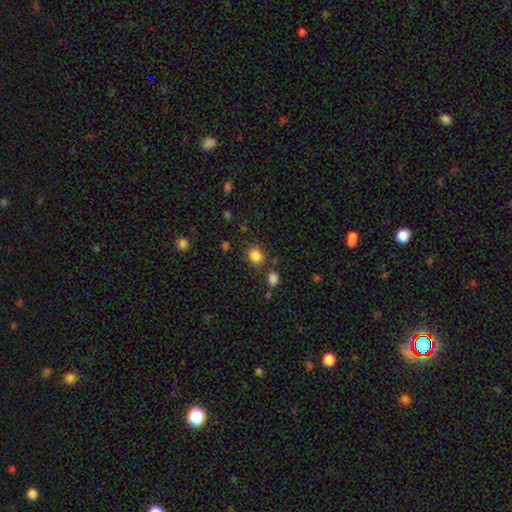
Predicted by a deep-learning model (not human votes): This is clearly a smooth galaxy (85%). How rounded: possibly round (51%). Merging: likely none (74%).